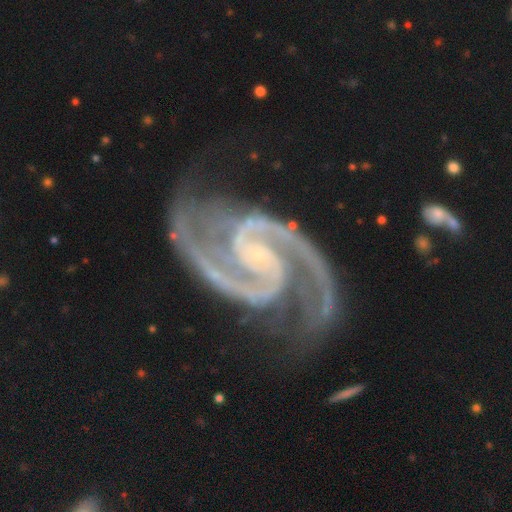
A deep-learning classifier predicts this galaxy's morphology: Smooth or featured? Predicted: featured or disk (p=0.95). Edge-on disk? Predicted: no (p=0.98). Bar? Predicted: no (p=0.40). Spiral arms? Predicted: yes (p=0.99). Spiral winding? Predicted: medium (p=0.62). Spiral arm count? Predicted: 2 (p=0.94). Bulge size? Predicted: small (p=0.75). Merging? Predicted: none (p=0.69).